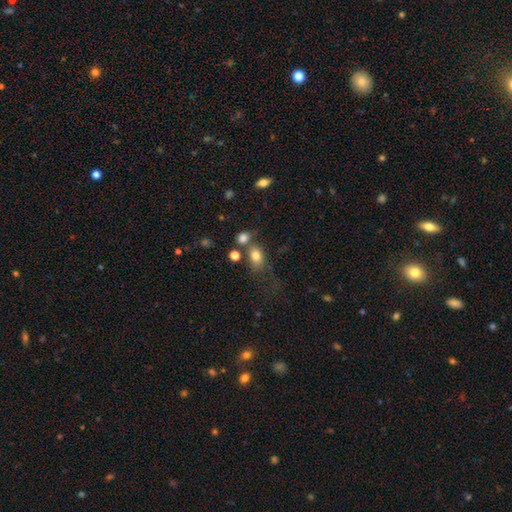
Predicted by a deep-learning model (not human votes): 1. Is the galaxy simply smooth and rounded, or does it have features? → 79% smooth, 11% star or artifact, 10% featured or disk.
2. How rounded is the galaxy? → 75% in between, 23% round, 2% cigar-shaped.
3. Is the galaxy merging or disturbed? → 51% none, 23% merger, 16% minor disturbance, 10% major disturbance.